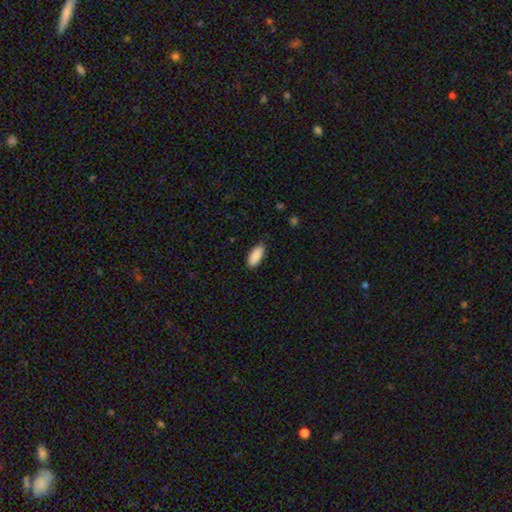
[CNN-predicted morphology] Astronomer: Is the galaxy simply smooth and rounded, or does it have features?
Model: smooth — 90%.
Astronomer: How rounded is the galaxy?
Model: in between — 84%.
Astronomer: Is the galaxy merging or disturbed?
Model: none — 86%.